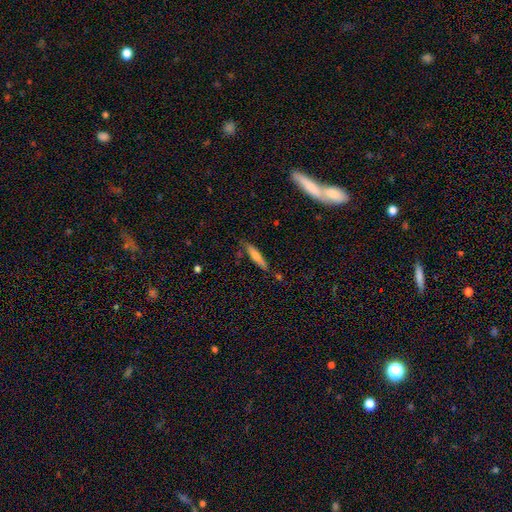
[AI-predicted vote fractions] Q: Smooth or featured?
A: smooth (55%); runner-up: featured or disk (38%)
Q: How rounded?
A: cigar-shaped (87%); runner-up: in between (11%)
Q: Merging?
A: none (78%); runner-up: minor disturbance (15%)